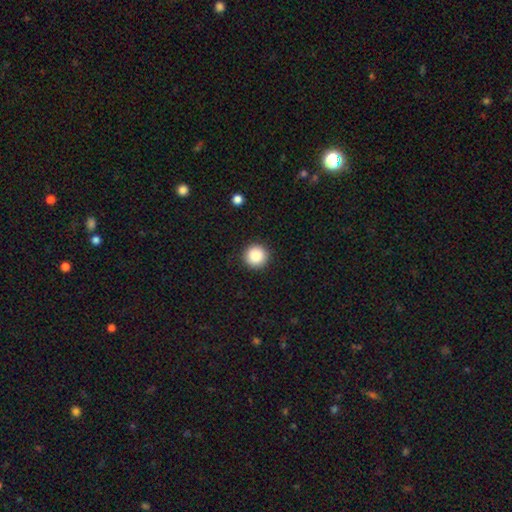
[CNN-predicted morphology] Smooth or featured? smooth (88%)
How rounded? round (96%)
Merging? none (92%)